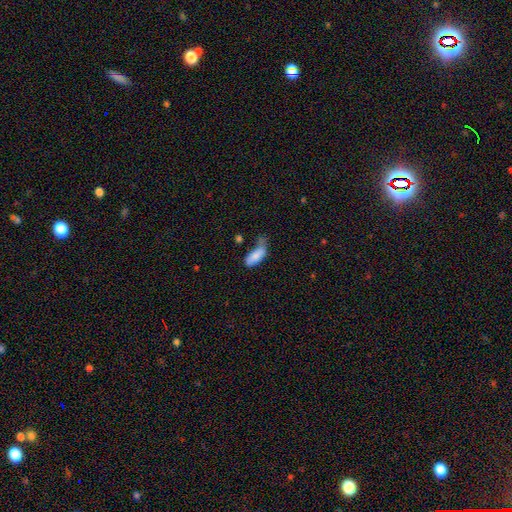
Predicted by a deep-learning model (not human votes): Smooth or featured? smooth (82%)
How rounded? in between (79%)
Merging? minor disturbance (35%)